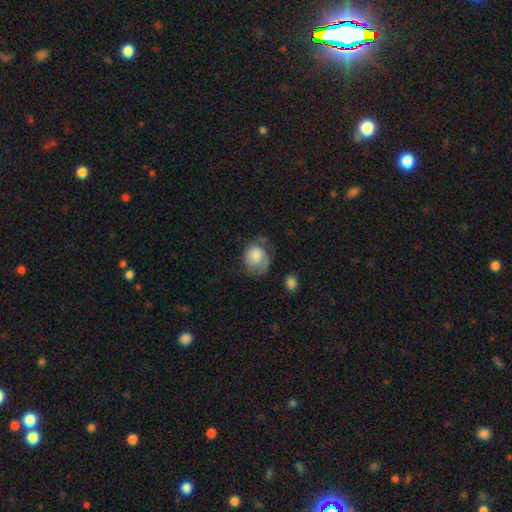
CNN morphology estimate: Smooth or featured? Predicted: smooth (p=0.67). How rounded? Predicted: round (p=0.66). Merging? Predicted: none (p=0.39).